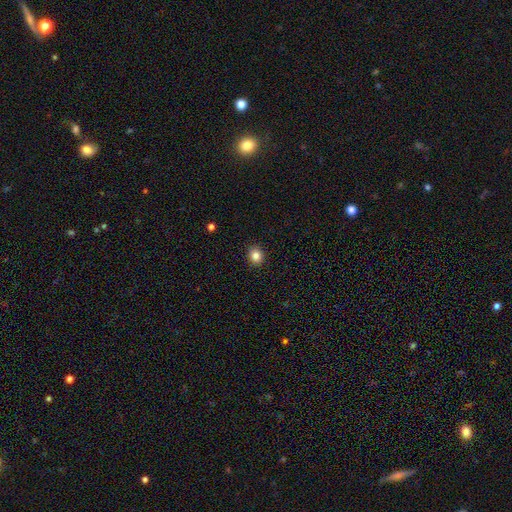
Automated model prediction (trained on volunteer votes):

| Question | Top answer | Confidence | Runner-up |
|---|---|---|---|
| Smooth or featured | smooth | 84% | star or artifact (11%) |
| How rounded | round | 65% | in between (34%) |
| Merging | none | 91% | minor disturbance (7%) |